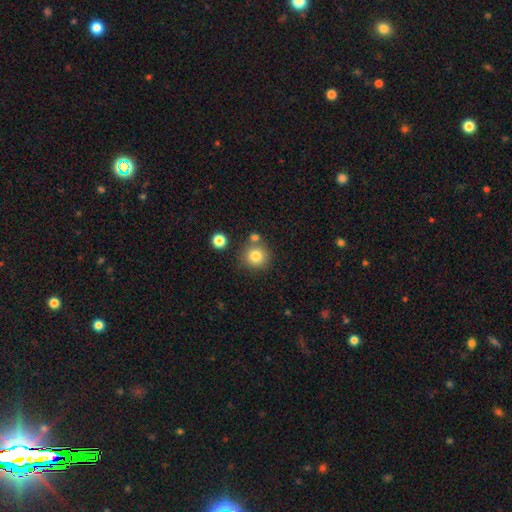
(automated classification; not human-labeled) Smooth or featured: smooth — 81% (star or artifact — 11%)
How rounded: round — 92% (in between — 7%)
Merging: none — 72% (merger — 15%)